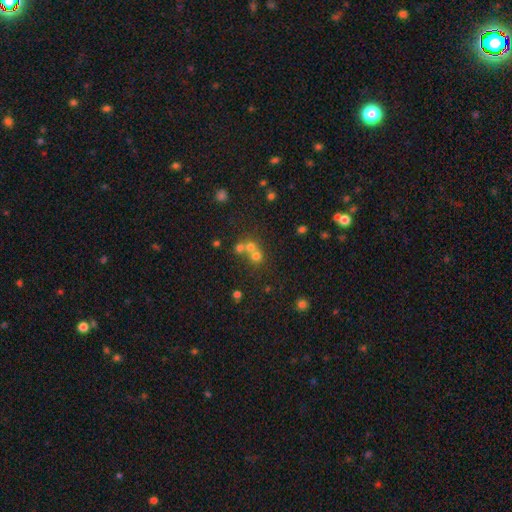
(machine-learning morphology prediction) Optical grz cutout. It shows a smooth galaxy with no disk features (60%) that is round (86%). Merging: merger (51%).